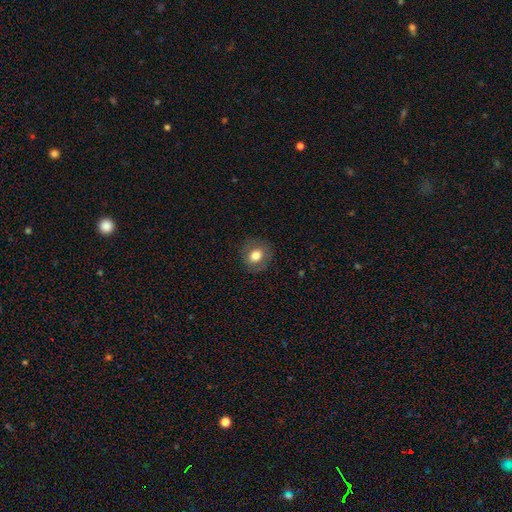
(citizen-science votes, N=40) smooth 72%, featured or disk 20%, star or artifact 8%. Down the decision tree: how rounded — round (83%); merging — none (84%).